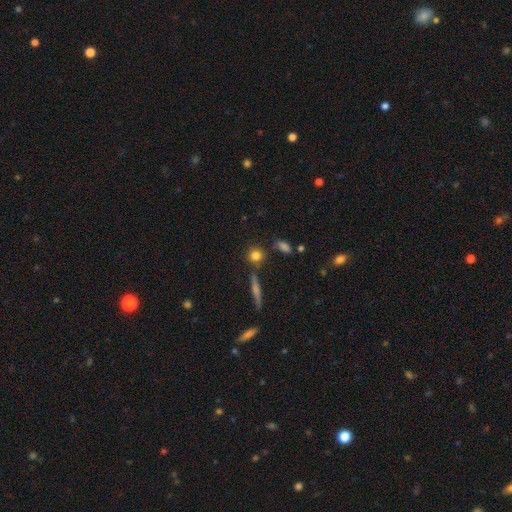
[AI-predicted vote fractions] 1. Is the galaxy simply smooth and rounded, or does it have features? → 79% smooth, 11% star or artifact, 10% featured or disk.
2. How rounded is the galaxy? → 79% round, 15% in between, 6% cigar-shaped.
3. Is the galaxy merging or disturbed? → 74% none, 11% minor disturbance, 11% merger, 4% major disturbance.